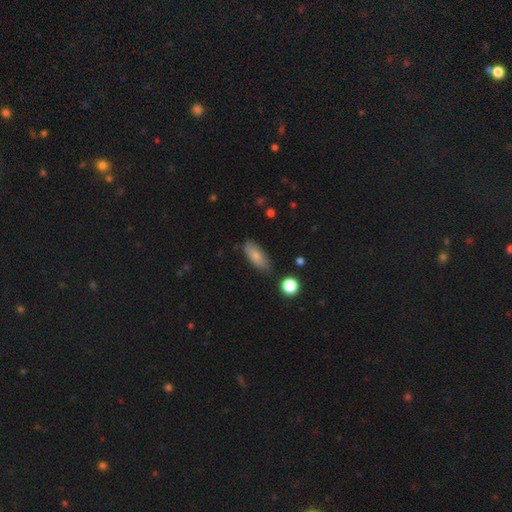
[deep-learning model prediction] Morphology: type=smooth (80%); roundness=in between (79%); merging=none (77%).